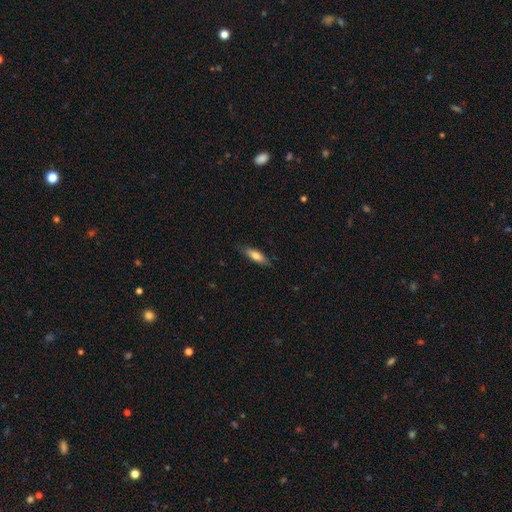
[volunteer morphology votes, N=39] Smooth or featured: smooth — 74% (featured or disk — 23%)
How rounded: cigar-shaped — 59% (in between — 41%)
Merging: none — 87% (minor disturbance — 11%)